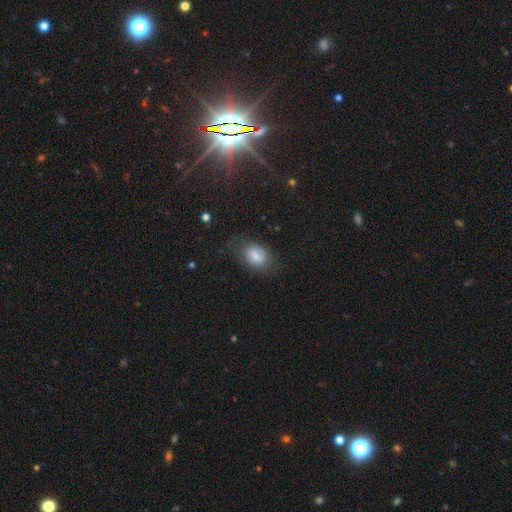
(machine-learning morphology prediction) Smooth or featured?
  - smooth: 74% *
  - featured or disk: 16%
  - star or artifact: 10%
How rounded?
  - in between: 76% *
  - round: 22%
  - cigar-shaped: 2%
Merging?
  - none: 63% *
  - minor disturbance: 23%
  - major disturbance: 12%
  - merger: 2%